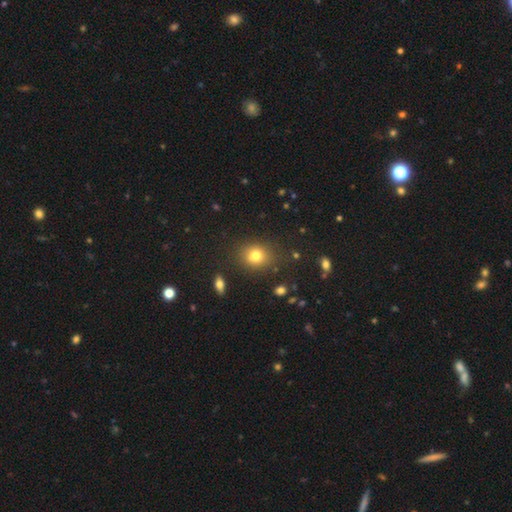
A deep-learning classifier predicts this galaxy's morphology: The model was most divided on "how rounded": round: 68%, in between: 30%, cigar-shaped: 1%. More confident: merging — none (83%); smooth or featured — smooth (77%).